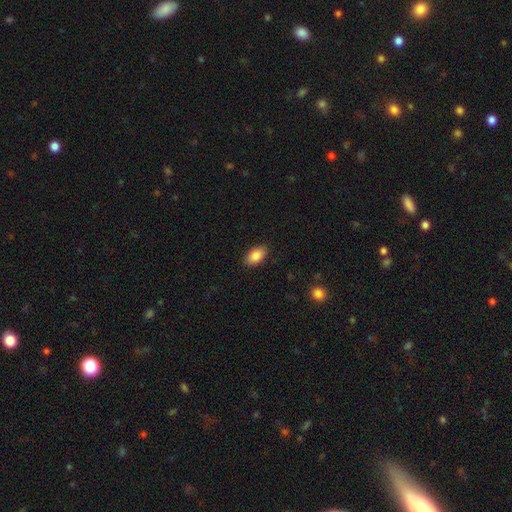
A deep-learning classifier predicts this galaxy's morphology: This is clearly a smooth galaxy (87%). How rounded: clearly in between (92%). Merging: clearly none (88%).